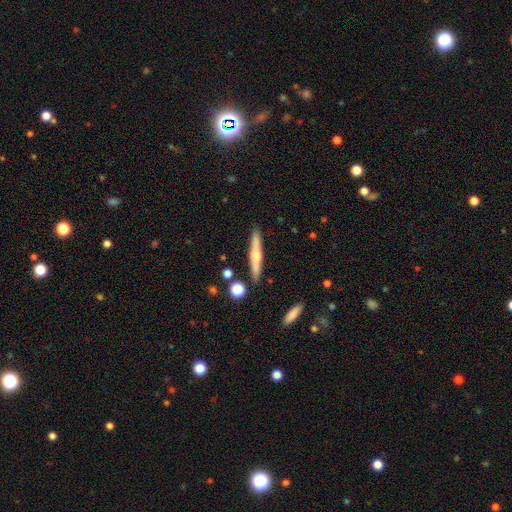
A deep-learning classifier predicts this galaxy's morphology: Smooth or featured? Predicted: featured or disk (p=0.59). Edge-on disk? Predicted: yes (p=0.96). Edge-on bulge? Predicted: rounded (p=0.87). Merging? Predicted: none (p=0.89).